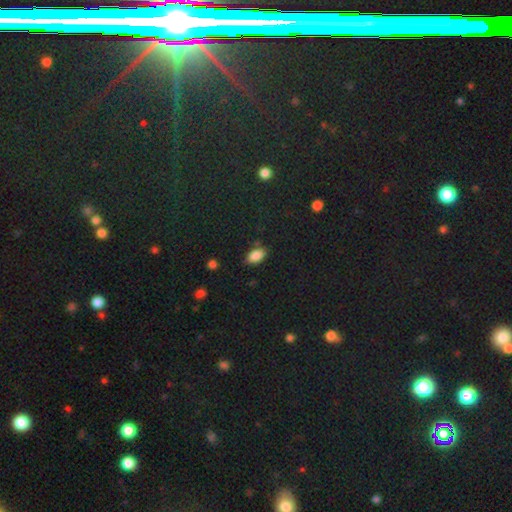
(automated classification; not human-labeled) A smooth galaxy with no disk features (86%) that is in between round and cigar-shaped (92%).

Vote fractions:
- Smooth or featured? smooth: 86% / star or artifact: 9% / featured or disk: 5%
- How rounded? in between: 92% / round: 5% / cigar-shaped: 3%
- Merging? none: 79% / minor disturbance: 16% / major disturbance: 3% / merger: 3%